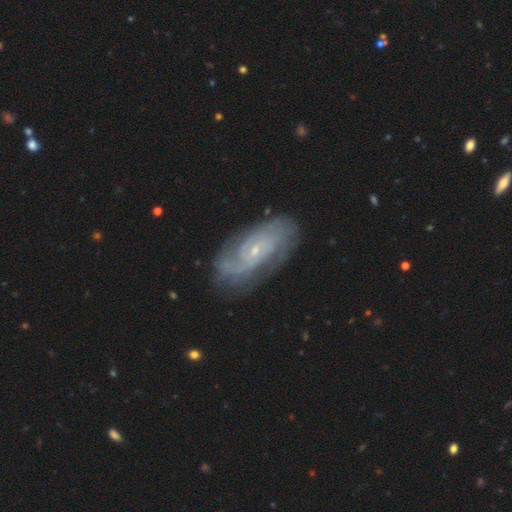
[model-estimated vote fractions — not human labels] A featured or disk galaxy (77%) with no bar (67%), can't tell (34%, tied with 2) tight (56%) spiral arms (94%) and a small central bulge (82%). Merging: none (82%).